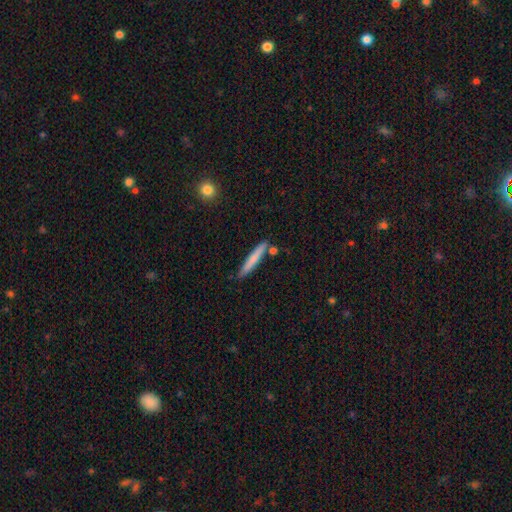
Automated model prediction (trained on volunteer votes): A smooth galaxy with no disk features (73%) that is cigar-shaped (94%). Merging: none (79%).